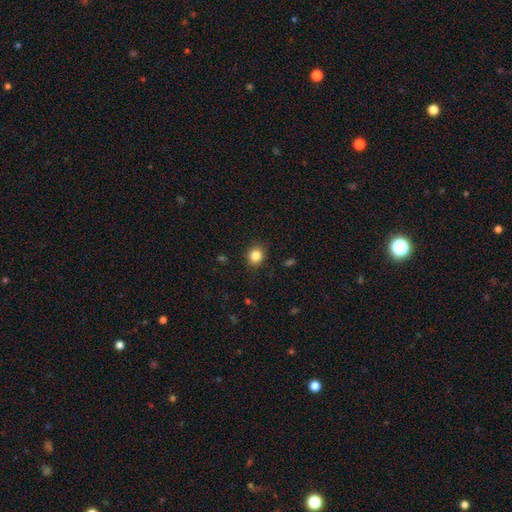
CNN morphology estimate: This is clearly a smooth galaxy (84%). How rounded: likely round (71%). Merging: clearly none (89%).